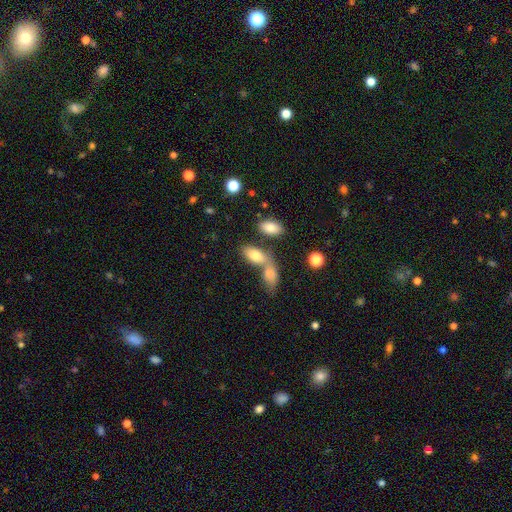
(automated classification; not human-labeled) Smooth or featured: smooth — 76% (featured or disk — 15%)
How rounded: in between — 88% (cigar-shaped — 7%)
Merging: merger — 49% (none — 37%)